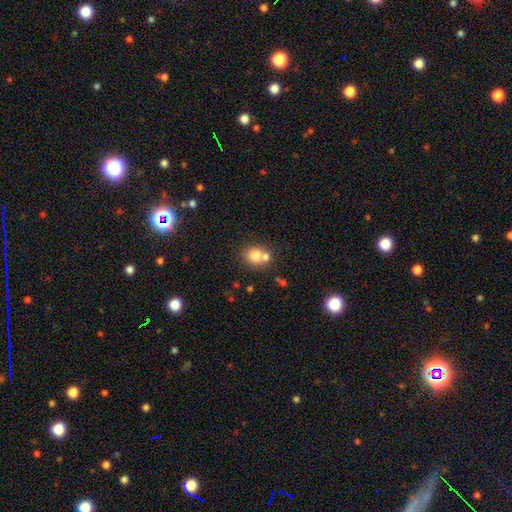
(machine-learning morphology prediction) Smooth or featured? smooth (76%)
How rounded? round (79%)
Merging? none (49%)